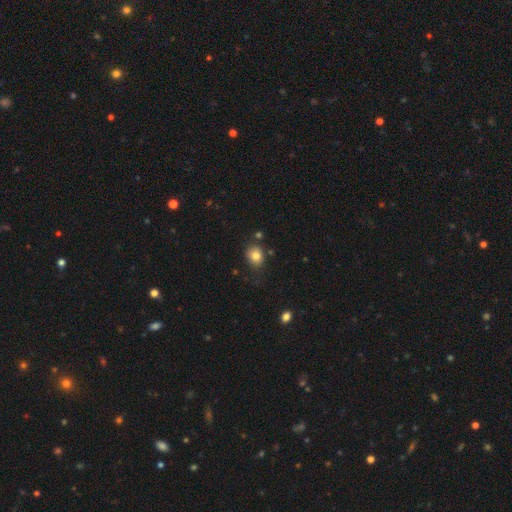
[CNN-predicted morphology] This appears to be a smooth galaxy with no disk features (81%) that is round (54%). Merging: none (73%).